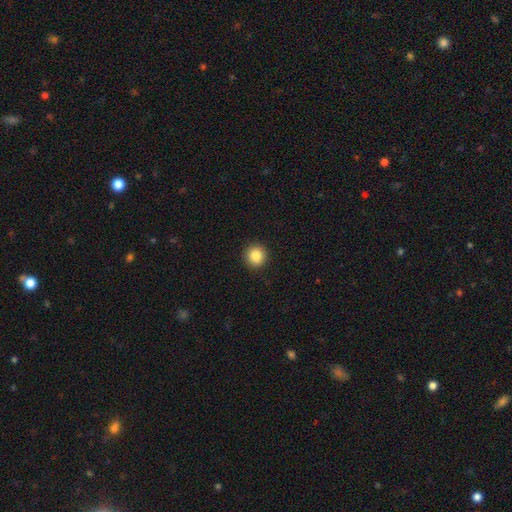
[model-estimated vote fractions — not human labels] This appears to be a smooth galaxy with no disk features (85%) that is round (93%). Merging: none (92%).